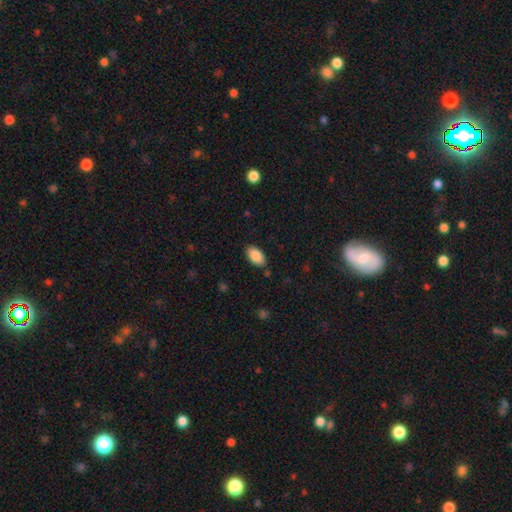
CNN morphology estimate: Overall: smooth (88%). How rounded: in between (95%). Merging: none (85%).